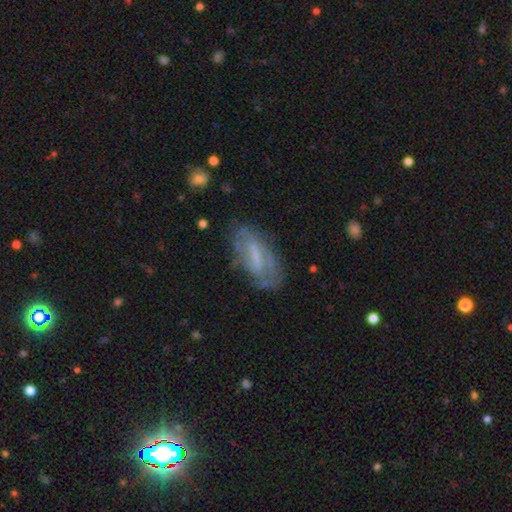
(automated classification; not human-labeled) This appears to be a featured or disk galaxy (61%) with a weak bar (43%), spiral arms (64%) and a small central bulge (38%). Merging: none (69%).